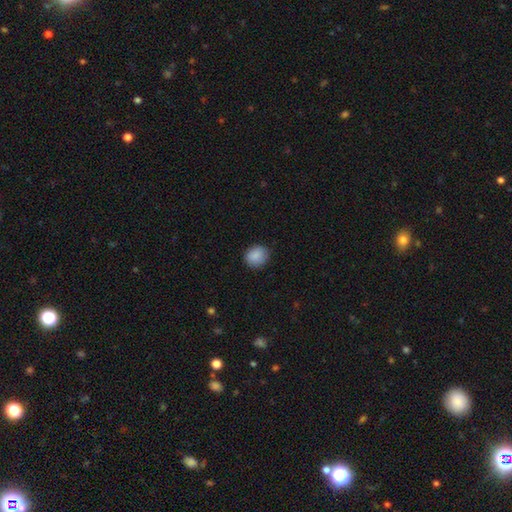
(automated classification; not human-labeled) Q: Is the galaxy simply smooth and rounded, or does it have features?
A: smooth — 88%.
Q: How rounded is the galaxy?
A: round — 66%.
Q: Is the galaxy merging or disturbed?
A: none — 84%.